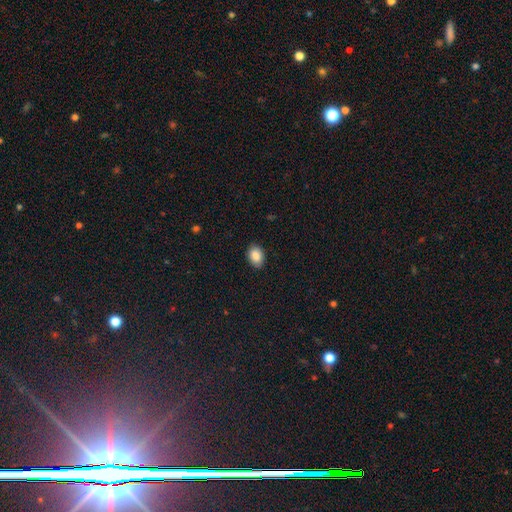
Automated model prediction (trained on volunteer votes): Morphology: type=smooth (88%); roundness=in between (82%); merging=none (89%).